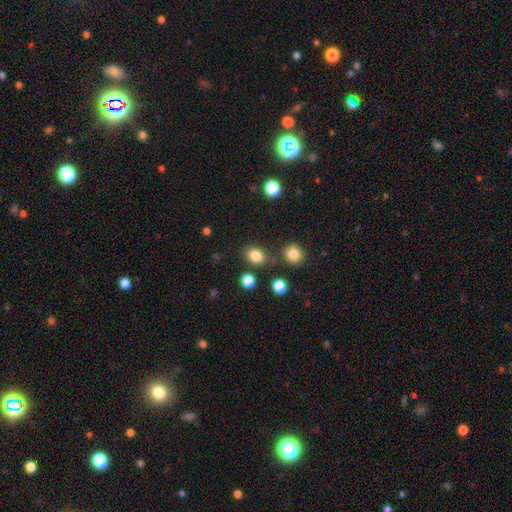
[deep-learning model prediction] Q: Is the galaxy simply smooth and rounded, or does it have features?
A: smooth — 83%.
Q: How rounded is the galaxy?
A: in between — 64%.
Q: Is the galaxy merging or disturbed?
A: none — 76%.